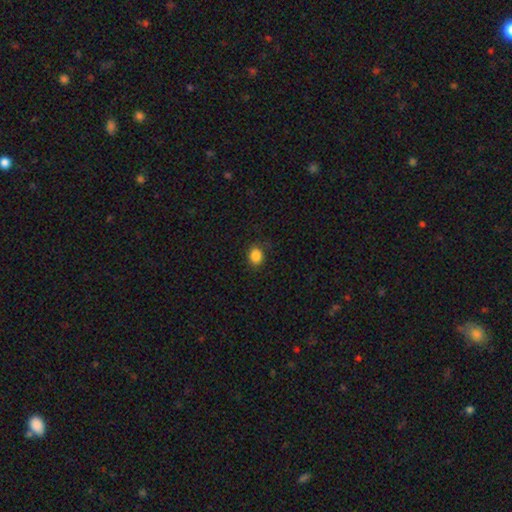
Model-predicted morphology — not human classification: Smooth or featured?
  - smooth: 86% *
  - star or artifact: 10%
  - featured or disk: 4%
How rounded?
  - round: 60% *
  - in between: 39%
  - cigar-shaped: 1%
Merging?
  - none: 85% *
  - minor disturbance: 11%
  - major disturbance: 3%
  - merger: 1%